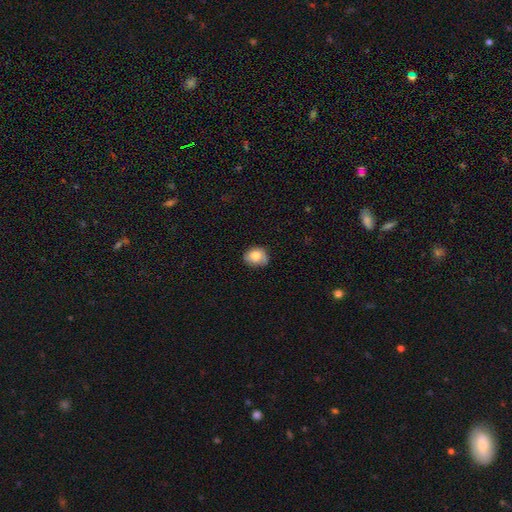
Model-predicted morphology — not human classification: A smooth galaxy with no disk features (77%) that is round (53%). Merging: none (65%).